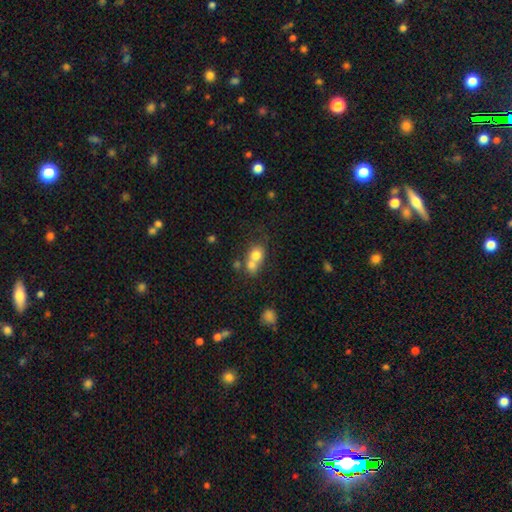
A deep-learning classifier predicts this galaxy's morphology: Overall: smooth (73%). How rounded: round (68%; in between 30%). Merging: merger (62%; none 27%).